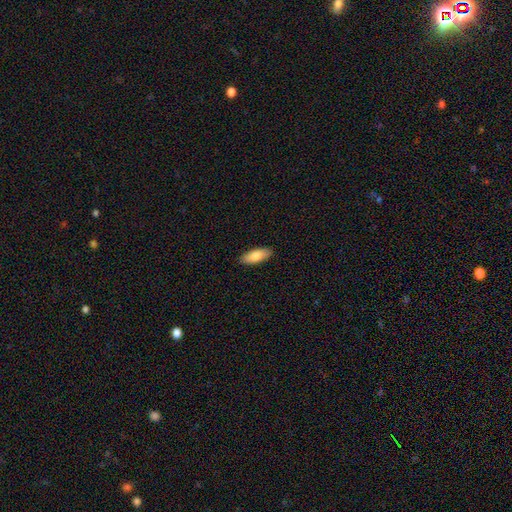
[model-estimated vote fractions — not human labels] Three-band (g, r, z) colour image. It shows a smooth galaxy with no disk features (83%) that is in between round and cigar-shaped (78%). Merging: none (89%).